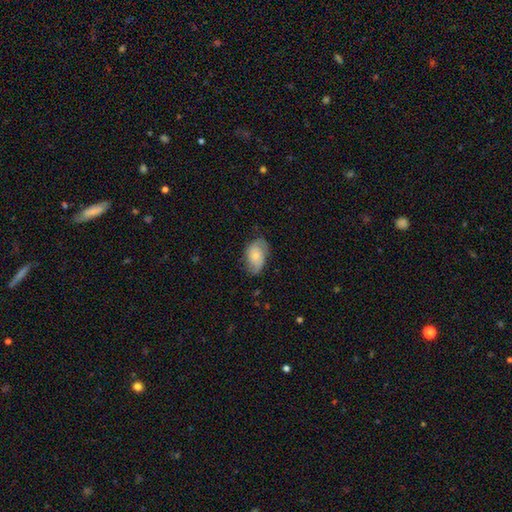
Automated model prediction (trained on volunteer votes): smooth_or_featured: smooth (p=0.57) [alt: featured or disk p=0.36]
how_rounded: in between (p=0.88) [alt: round p=0.11]
merging: none (p=0.64) [alt: minor disturbance p=0.27]